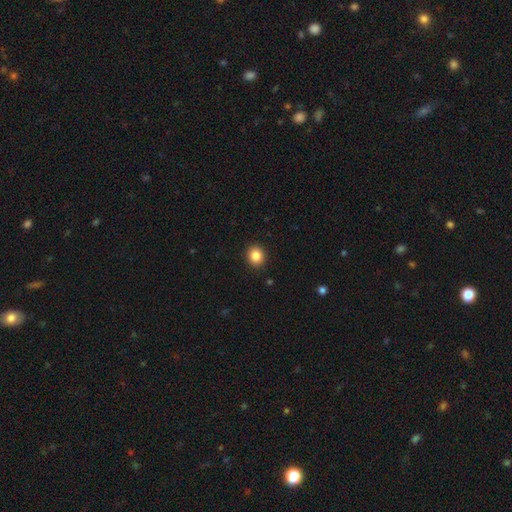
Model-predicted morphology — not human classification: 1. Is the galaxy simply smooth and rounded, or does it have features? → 86% smooth, 10% star or artifact, 4% featured or disk.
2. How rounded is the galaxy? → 77% round, 23% in between, 1% cigar-shaped.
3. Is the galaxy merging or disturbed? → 91% none, 6% minor disturbance, 2% major disturbance, 1% merger.